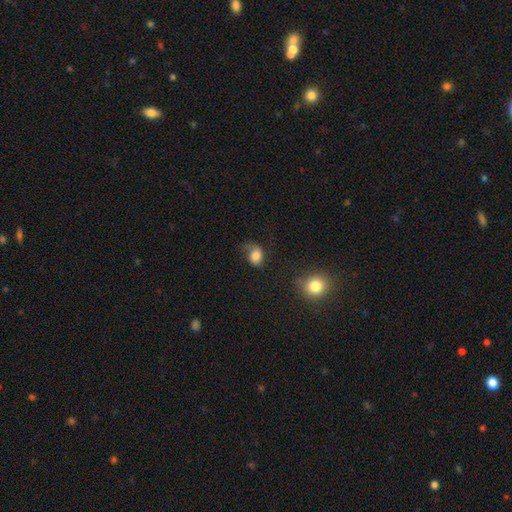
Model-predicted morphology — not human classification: A smooth galaxy with no disk features (77%) that is in between round and cigar-shaped (61%).

Vote fractions:
- Smooth or featured? smooth: 77% / featured or disk: 14% / star or artifact: 10%
- How rounded? in between: 61% / round: 38% / cigar-shaped: 1%
- Merging? none: 36% / major disturbance: 30% / minor disturbance: 30% / merger: 4%